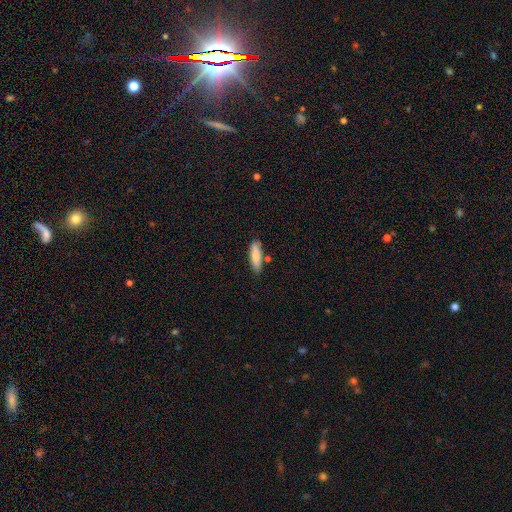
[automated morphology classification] smooth 77%, featured or disk 16%, star or artifact 6%. Down the decision tree: how rounded — in between (49%, tied with cigar-shaped); merging — none (77%).